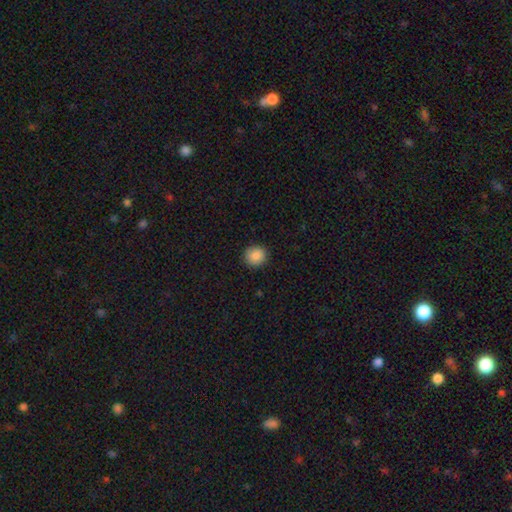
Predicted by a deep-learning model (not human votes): smooth 88%, star or artifact 8%, featured or disk 4%. Down the decision tree: how rounded — round (90%); merging — none (91%).